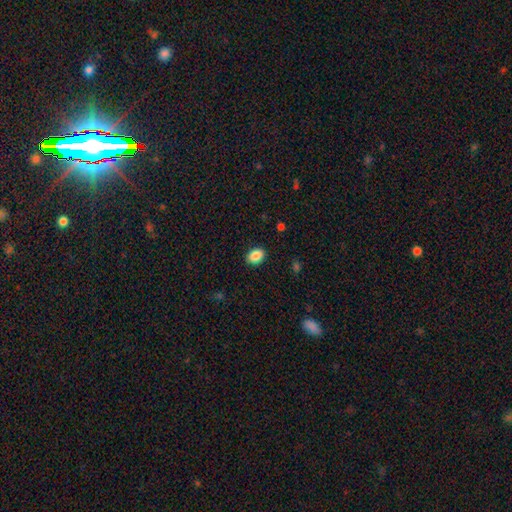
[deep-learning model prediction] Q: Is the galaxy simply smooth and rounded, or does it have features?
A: smooth — 88%.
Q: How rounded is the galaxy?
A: in between — 75%.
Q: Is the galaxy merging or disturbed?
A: none — 89%.